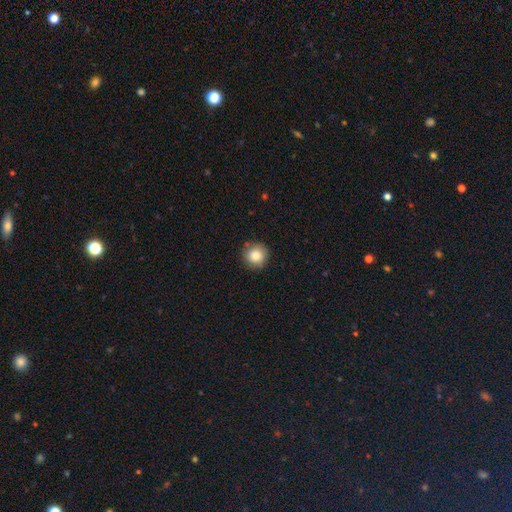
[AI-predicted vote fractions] This is clearly a smooth galaxy (85%). How rounded: clearly round (93%). Merging: clearly none (84%).